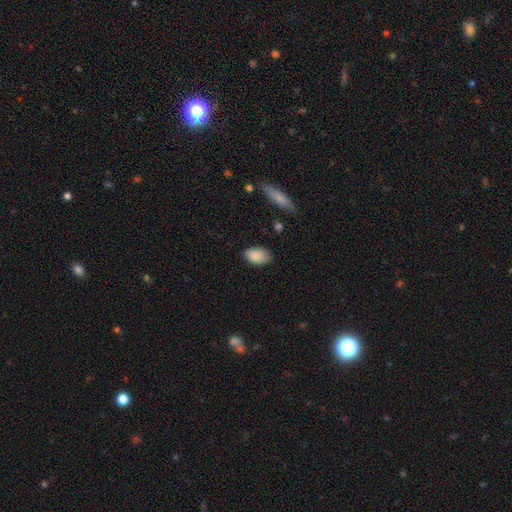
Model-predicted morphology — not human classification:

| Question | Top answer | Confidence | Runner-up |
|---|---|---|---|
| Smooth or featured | smooth | 87% | star or artifact (7%) |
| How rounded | in between | 93% | round (6%) |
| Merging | none | 75% | minor disturbance (20%) |